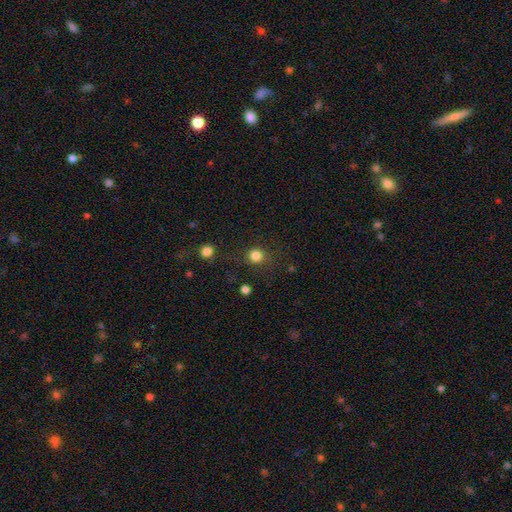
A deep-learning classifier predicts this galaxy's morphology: Smooth or featured? smooth (83%)
How rounded? round (91%)
Merging? none (83%)